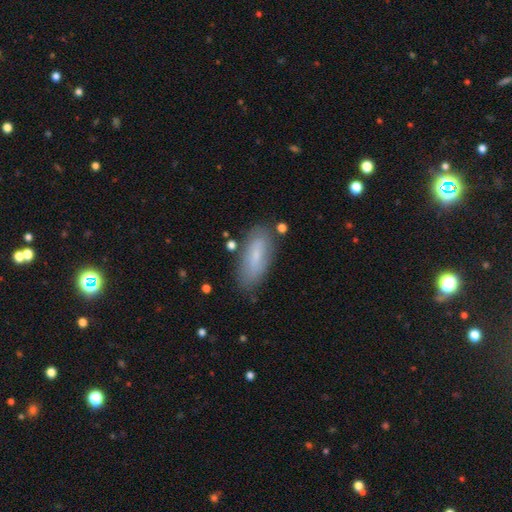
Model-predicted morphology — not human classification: This is likely a smooth galaxy (65%). How rounded: likely in between (76%). Merging: likely none (78%).